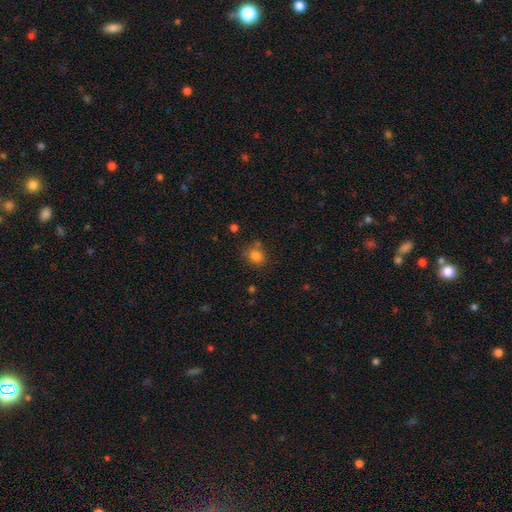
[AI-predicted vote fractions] This appears to be a smooth galaxy with no disk features (82%) that is round (65%). Merging: none (70%).